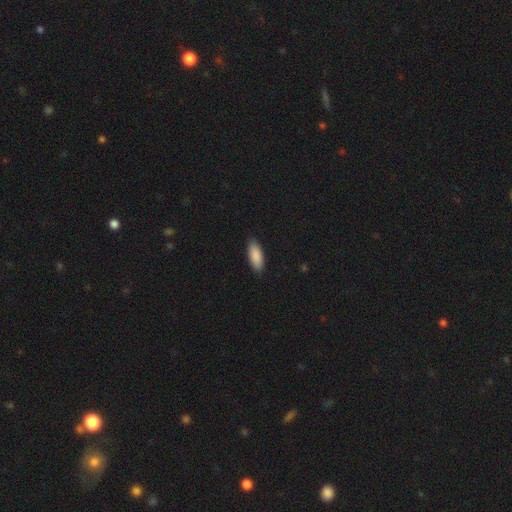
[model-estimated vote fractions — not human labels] Q: Smooth or featured?
A: smooth (90%); runner-up: star or artifact (6%)
Q: How rounded?
A: in between (79%); runner-up: cigar-shaped (19%)
Q: Merging?
A: none (88%); runner-up: minor disturbance (10%)